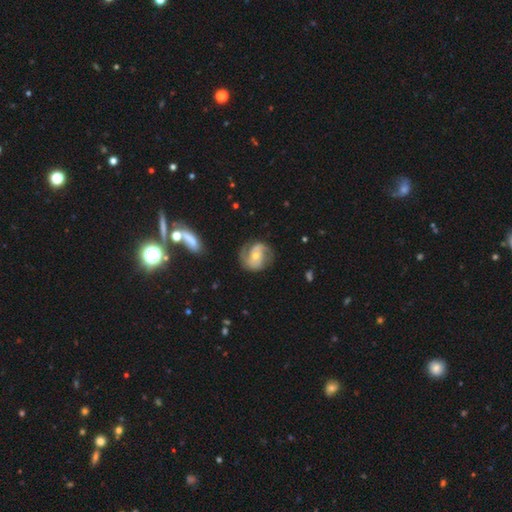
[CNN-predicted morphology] A featured or disk galaxy (81%) with no bar (58%), 2 (77%) medium (46%) spiral arms (93%) and a small central bulge (49%). Merging: none (70%).